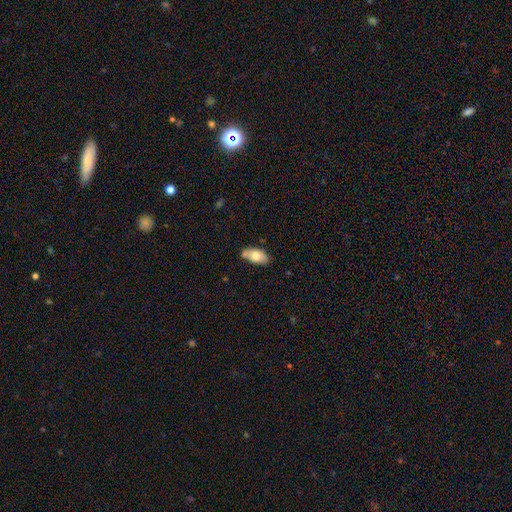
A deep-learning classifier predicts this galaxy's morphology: smooth-or-featured: smooth: 72% | featured or disk: 21% | star or artifact: 7%
  how-rounded: in between: 91% | cigar-shaped: 6% | round: 3%
  merging: none: 65% | minor disturbance: 24% | merger: 6% | major disturbance: 4%